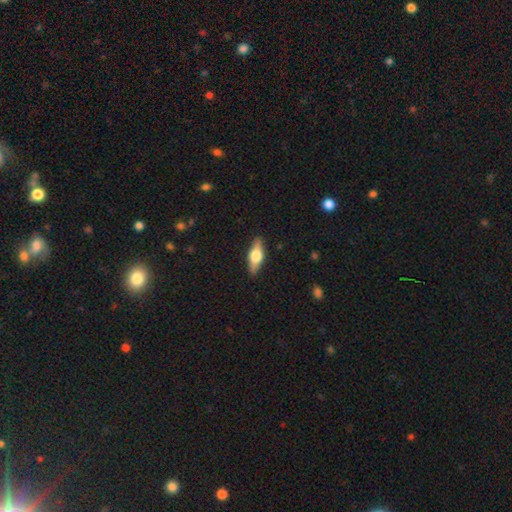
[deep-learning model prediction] A featured or disk galaxy (49%). Merging: none (89%).